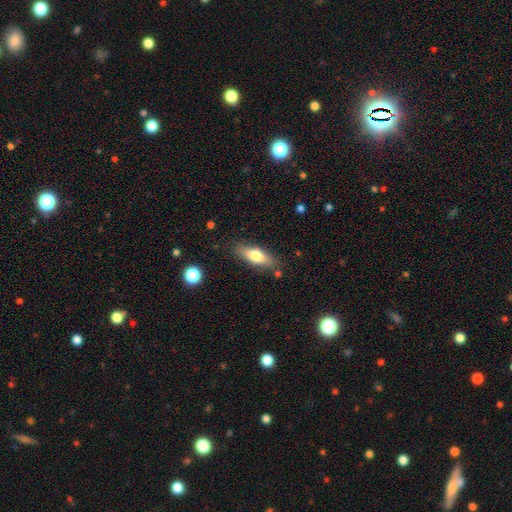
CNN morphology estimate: The model was most divided on "how rounded": in between: 67%, cigar-shaped: 30%, round: 3%. More confident: merging — none (82%); smooth or featured — smooth (70%).